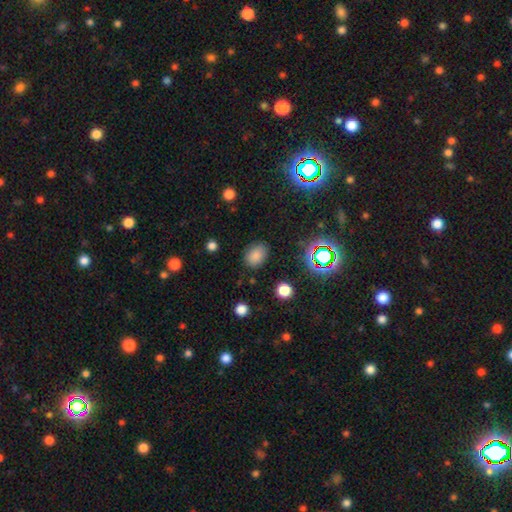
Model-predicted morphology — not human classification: Smooth or featured: smooth — 80% (star or artifact — 15%)
How rounded: in between — 69% (round — 30%)
Merging: none — 80% (minor disturbance — 14%)